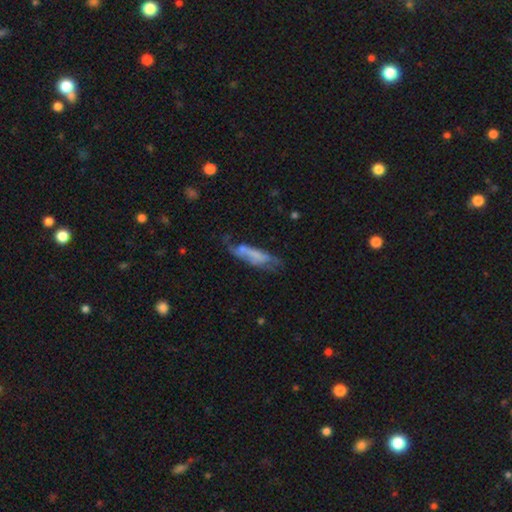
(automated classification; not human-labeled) Overall: smooth (48%; featured or disk 43%). Merging: none (34%; major disturbance 27%).